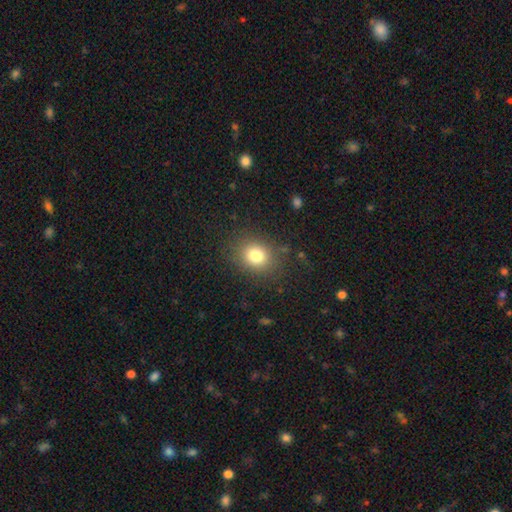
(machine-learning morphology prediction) Smooth or featured? smooth (80%)
How rounded? round (67%)
Merging? none (85%)